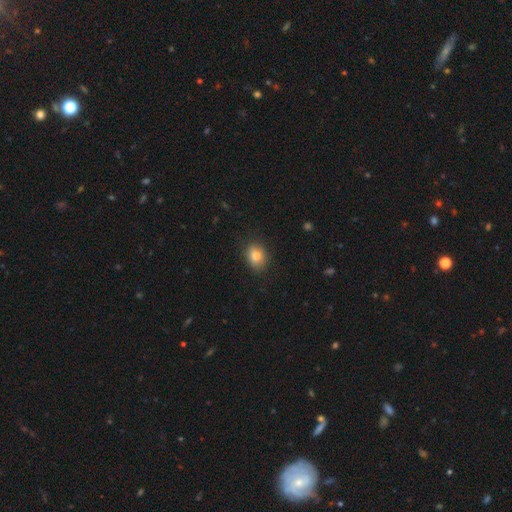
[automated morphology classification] A smooth galaxy with no disk features (84%) that is in between round and cigar-shaped (61%).

Vote fractions:
- Smooth or featured? smooth: 84% / star or artifact: 9% / featured or disk: 7%
- How rounded? in between: 61% / round: 38% / cigar-shaped: 1%
- Merging? none: 83% / minor disturbance: 13% / major disturbance: 3% / merger: 1%